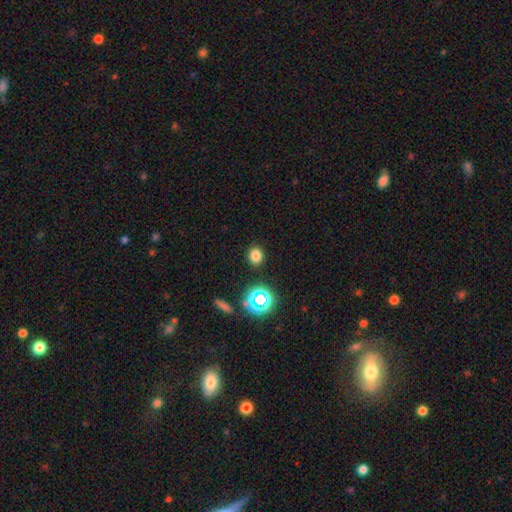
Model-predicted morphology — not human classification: type=smooth (76%); roundness=round (75%); merging=none (89%).